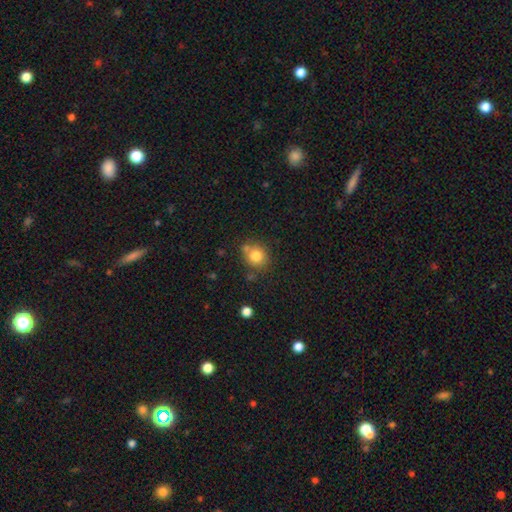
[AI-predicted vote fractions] Morphology: type=smooth (80%); roundness=round (82%); merging=none (70%).